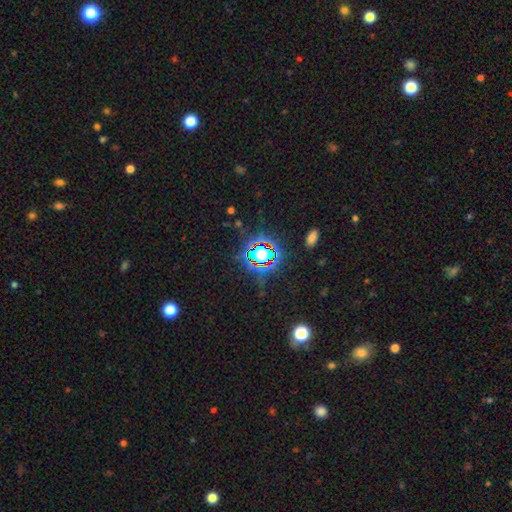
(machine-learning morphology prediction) A star or artifact, not a galaxy (77%).